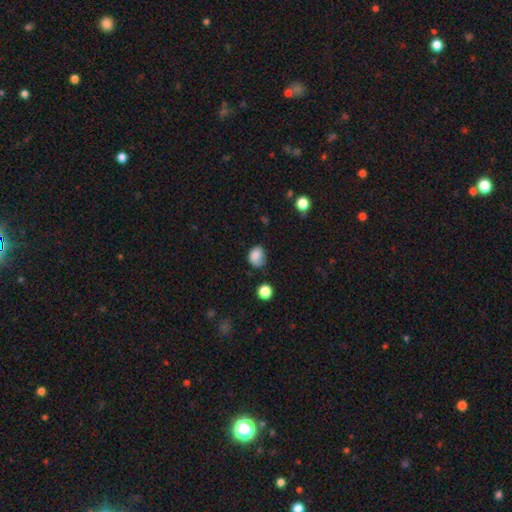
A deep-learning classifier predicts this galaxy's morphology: Smooth or featured? smooth (83%)
How rounded? in between (52%)
Merging? none (53%)